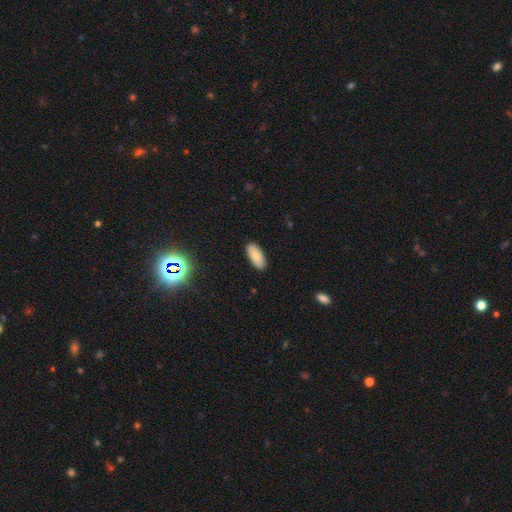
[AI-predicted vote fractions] smooth 81%, featured or disk 11%, star or artifact 8%. Down the decision tree: how rounded — in between (89%); merging — none (89%).